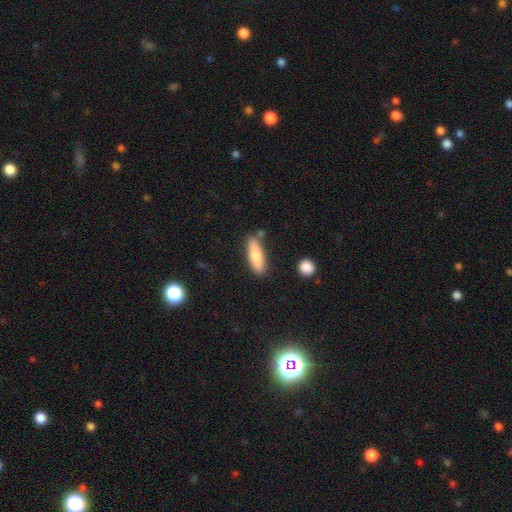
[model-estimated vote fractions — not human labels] Overall: smooth (78%). How rounded: cigar-shaped (61%; in between 37%). Merging: none (81%).